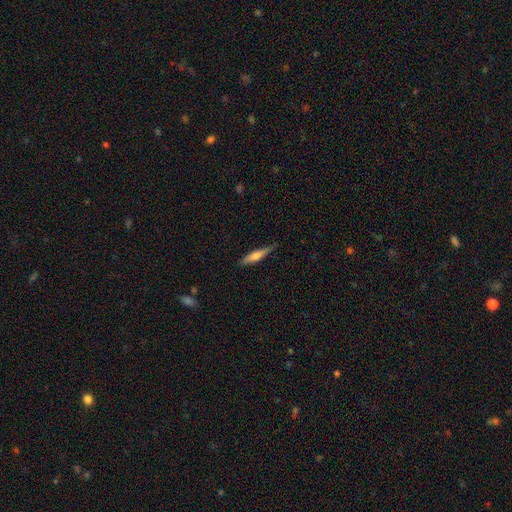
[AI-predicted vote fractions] The model was most divided on "smooth or featured": smooth: 60%, featured or disk: 34%, star or artifact: 6%. More confident: how rounded — cigar-shaped (84%); merging — none (80%).